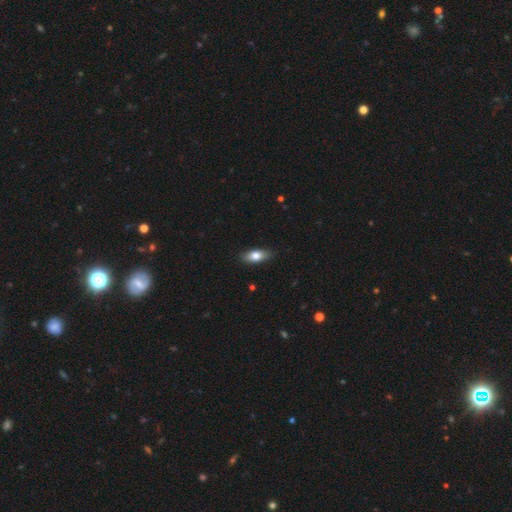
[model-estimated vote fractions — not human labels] smooth_or_featured: smooth (p=0.74) [alt: featured or disk p=0.20]
how_rounded: in between (p=0.80) [alt: cigar-shaped p=0.16]
merging: none (p=0.86) [alt: minor disturbance p=0.11]